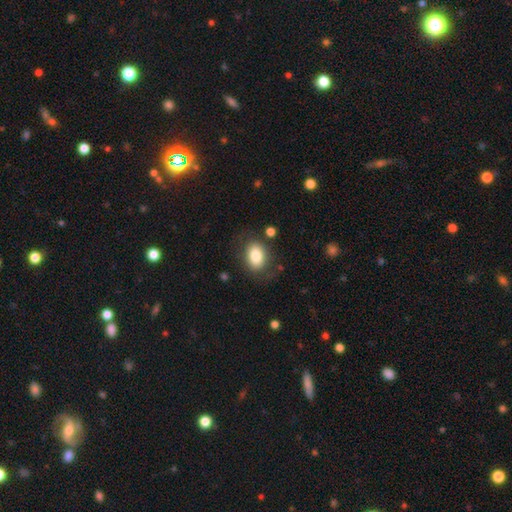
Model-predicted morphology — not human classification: Q: Smooth or featured?
A: smooth (82%); runner-up: featured or disk (10%)
Q: How rounded?
A: in between (74%); runner-up: round (25%)
Q: Merging?
A: none (77%); runner-up: minor disturbance (14%)